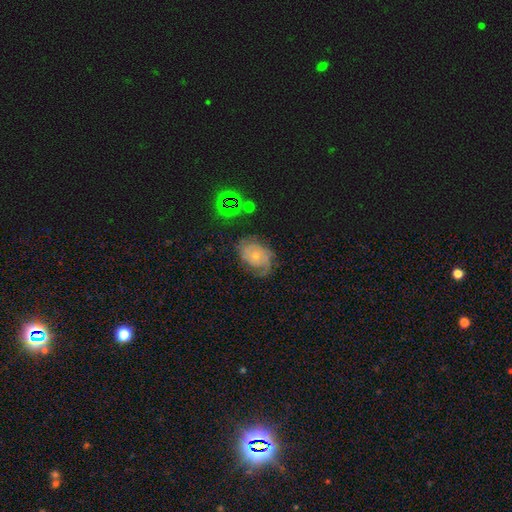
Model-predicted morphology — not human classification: smooth-or-featured: featured or disk: 64% | smooth: 24% | star or artifact: 11%
  disk-edge-on: no: 96% | yes: 4%
    bar: no: 82% | weak: 16% | strong: 3%
    has-spiral-arms: yes: 86% | no: 14%
      spiral-winding: tight: 52% | medium: 32% | loose: 16%
      spiral-arm-count: can't tell: 36% | 2: 29% | 1: 20% | 3: 9% | 4: 4% | more than 4: 3%
    bulge-size: small: 63% | moderate: 31% | none: 3% | large: 2% | dominant: 1%
  merging: none: 55% | minor disturbance: 26% | major disturbance: 17% | merger: 2%